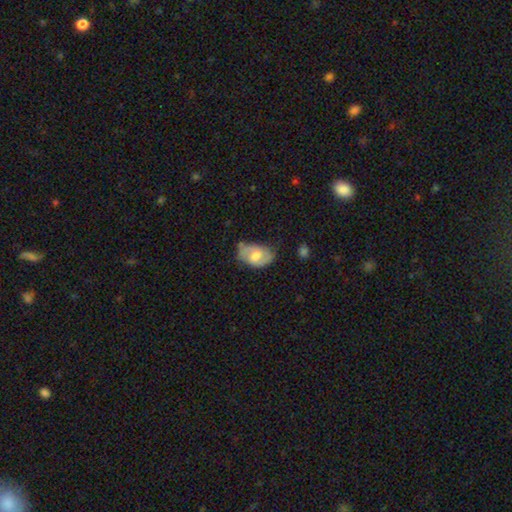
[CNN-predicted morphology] The model was most divided on "smooth or featured": featured or disk: 50%, smooth: 44%, star or artifact: 6%. More confident: edge-on disk — no (95%); merging — none (59%).